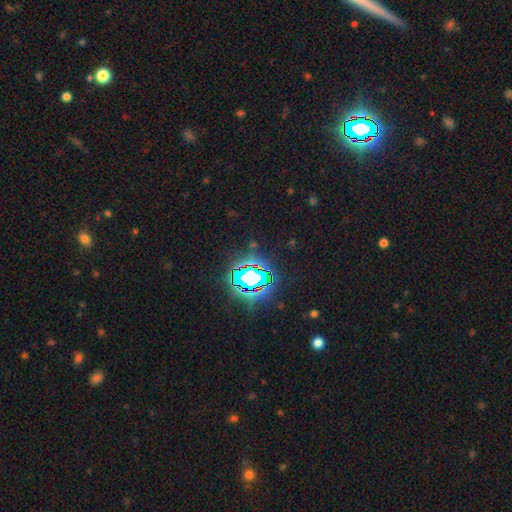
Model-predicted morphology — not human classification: Smooth or featured? Predicted: star or artifact (p=0.83).